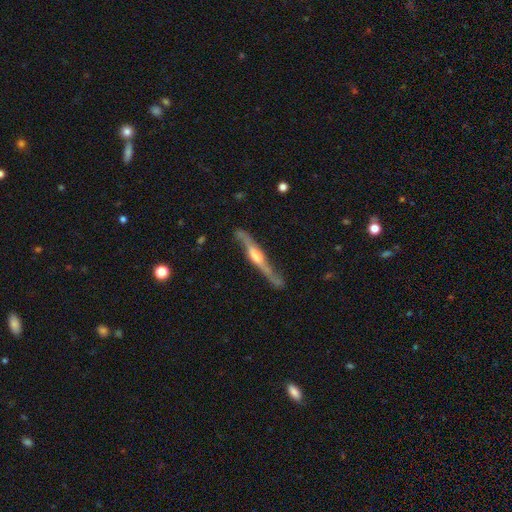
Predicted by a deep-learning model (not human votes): featured or disk 81%, smooth 14%, star or artifact 5%. Down the decision tree: edge-on disk — yes (87%); edge-on bulge — rounded (68%); merging — none (72%).